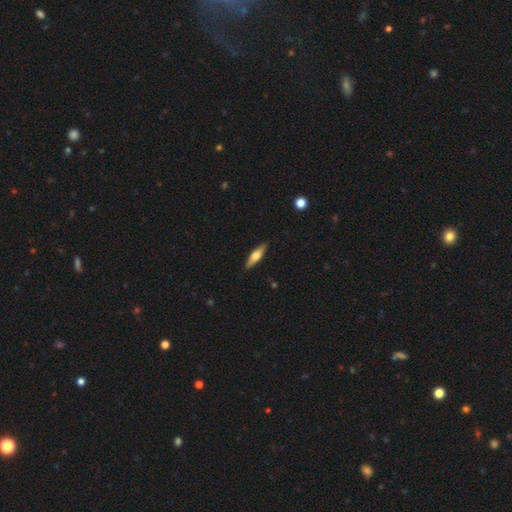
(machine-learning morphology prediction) smooth-or-featured: smooth: 51% | featured or disk: 44% | star or artifact: 6%
  how-rounded: cigar-shaped: 67% | in between: 31% | round: 2%
  merging: none: 89% | minor disturbance: 8% | major disturbance: 2% | merger: 1%